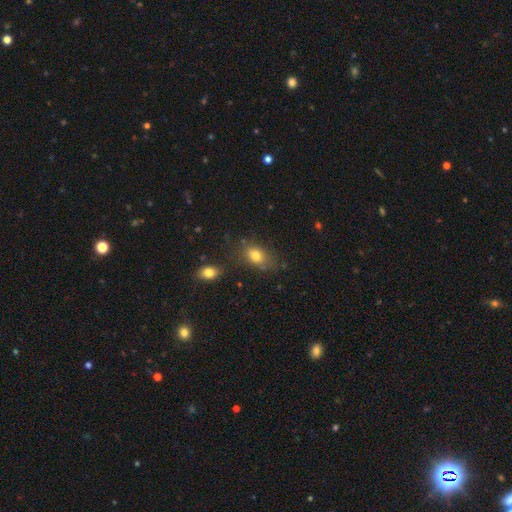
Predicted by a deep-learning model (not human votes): Morphology: type=smooth (78%); roundness=in between (82%); merging=none (66%).